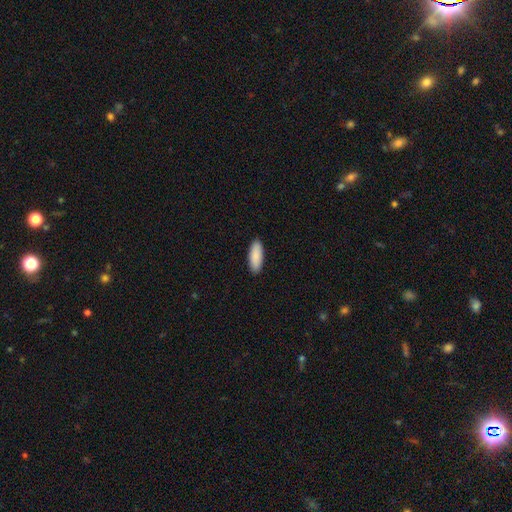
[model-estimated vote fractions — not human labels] Morphology: type=smooth (90%); roundness=in between (74%); merging=none (91%).